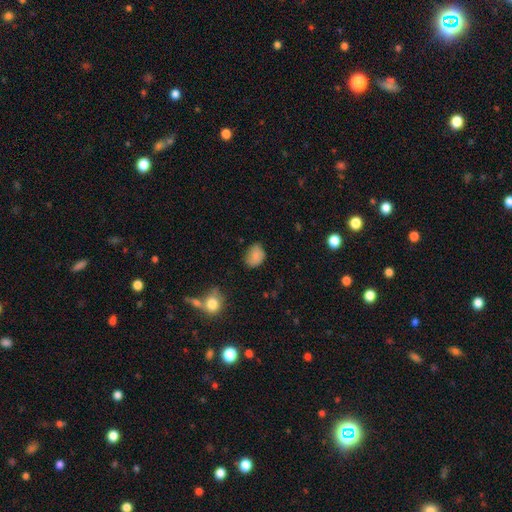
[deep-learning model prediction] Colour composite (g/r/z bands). It shows a smooth galaxy with no disk features (81%) that is in between round and cigar-shaped (65%). Merging: none (63%).